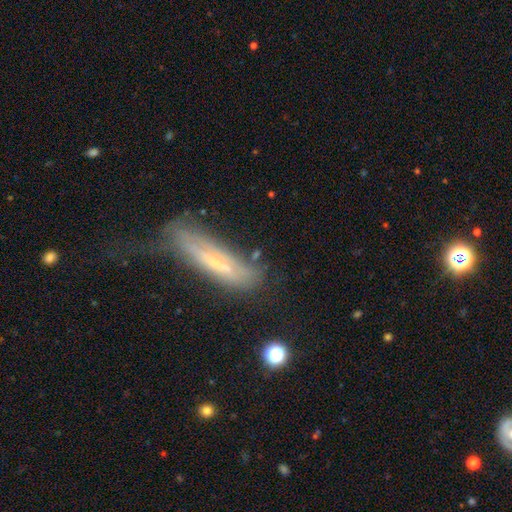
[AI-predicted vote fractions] Smooth or featured?
  - featured or disk: 51% *
  - smooth: 38%
  - star or artifact: 10%
Edge-on disk?
  - yes: 67% *
  - no: 33%
Merging?
  - none: 66% *
  - minor disturbance: 21%
  - major disturbance: 9%
  - merger: 4%